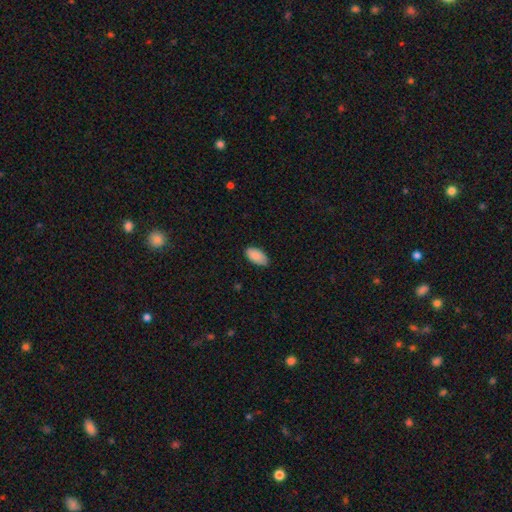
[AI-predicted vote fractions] Smooth or featured?
  - smooth: 88% *
  - star or artifact: 7%
  - featured or disk: 5%
How rounded?
  - in between: 95% *
  - cigar-shaped: 3%
  - round: 3%
Merging?
  - none: 81% *
  - minor disturbance: 16%
  - major disturbance: 2%
  - merger: 1%